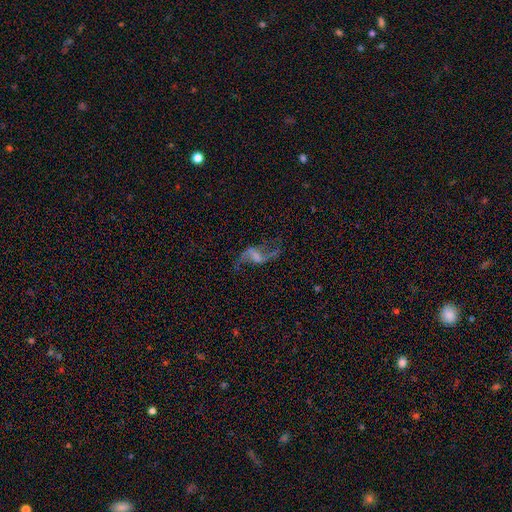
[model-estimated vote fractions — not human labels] smooth_or_featured: featured or disk (p=0.82) [alt: star or artifact p=0.10]
disk_edge_on: no (p=0.96) [alt: yes p=0.04]
bar: weak (p=0.46) [alt: strong p=0.28]
has_spiral_arms: yes (p=0.92) [alt: no p=0.08]
spiral_winding: loose (p=0.89) [alt: medium p=0.09]
spiral_arm_count: 2 (p=0.91) [alt: 1 p=0.03]
bulge_size: none (p=0.48) [alt: small p=0.31]
merging: none (p=0.67) [alt: major disturbance p=0.16]